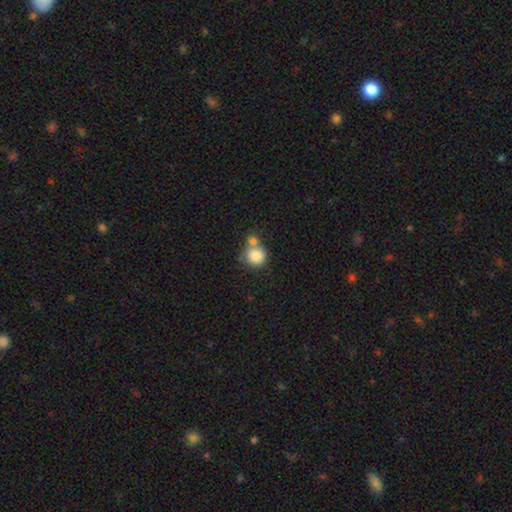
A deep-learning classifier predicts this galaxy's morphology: Smooth or featured: smooth — 83% (star or artifact — 9%)
How rounded: round — 88% (in between — 11%)
Merging: none — 43% (tied with merger — 43%)